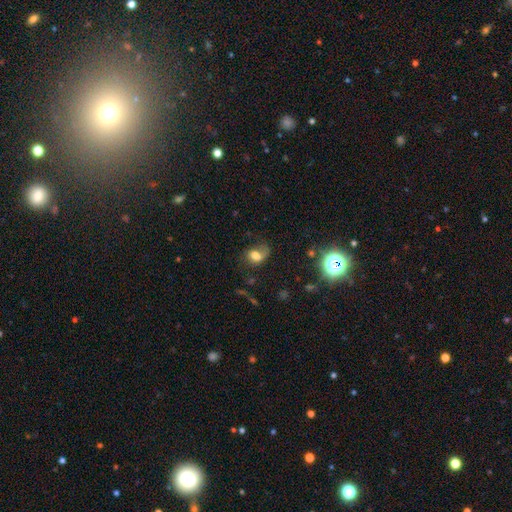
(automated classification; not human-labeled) Overall: smooth (60%; featured or disk 25%). How rounded: in between (70%). Merging: none (37%; major disturbance 29%).